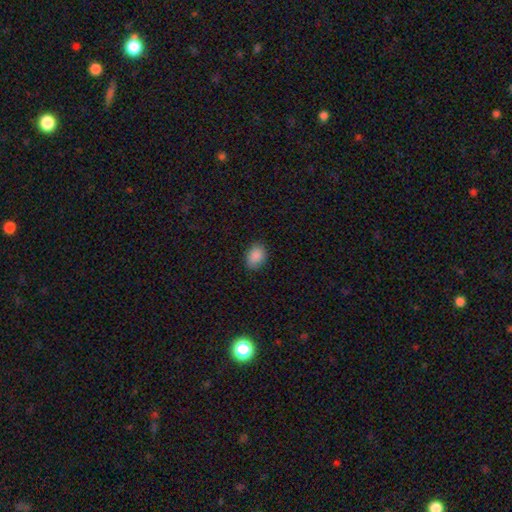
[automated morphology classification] Smooth or featured? Predicted: smooth (p=0.89). How rounded? Predicted: in between (p=0.67). Merging? Predicted: none (p=0.83).